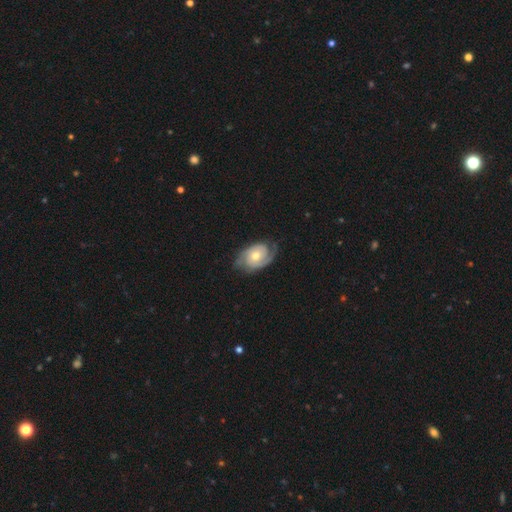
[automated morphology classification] A featured or disk galaxy (81%) with no bar (74%), 2 (68%) tight (56%) spiral arms (95%) and a moderate central bulge (65%). Merging: none (73%).